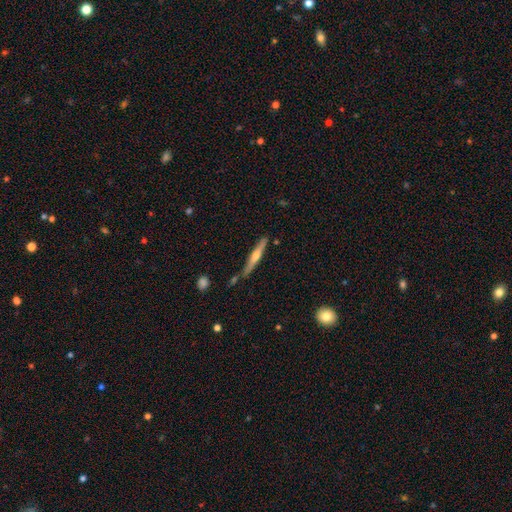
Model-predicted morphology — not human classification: Smooth or featured? Predicted: featured or disk (p=0.56). Edge-on disk? Predicted: yes (p=0.96). Edge-on bulge? Predicted: rounded (p=0.79). Merging? Predicted: none (p=0.77).